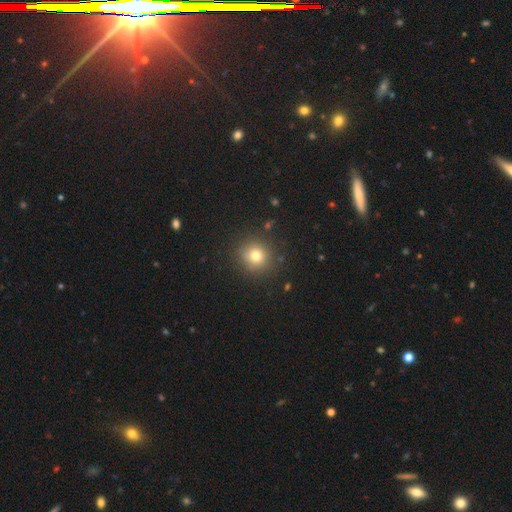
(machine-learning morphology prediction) This is likely a smooth galaxy (77%). How rounded: clearly round (89%). Merging: clearly none (86%).